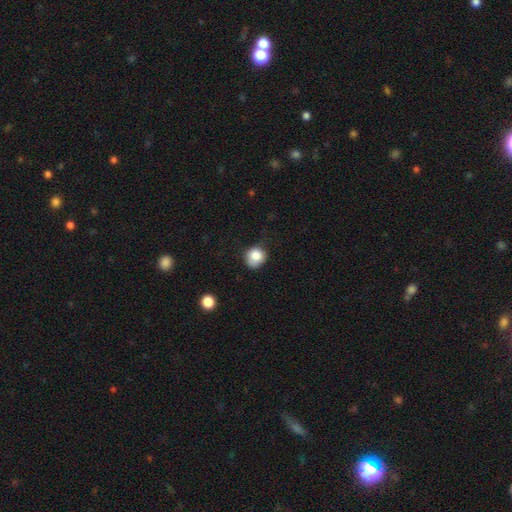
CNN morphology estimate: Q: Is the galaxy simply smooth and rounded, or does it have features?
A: smooth — 83%.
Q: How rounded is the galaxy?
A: round — 75%.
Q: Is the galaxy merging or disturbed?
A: none — 61%.